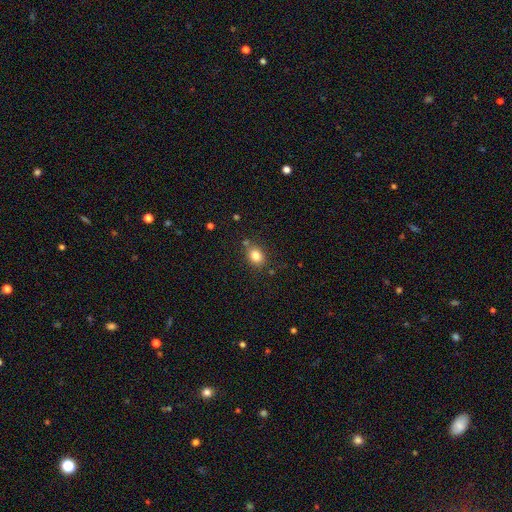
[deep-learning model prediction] smooth_or_featured: smooth (p=0.82) [alt: star or artifact p=0.11]
how_rounded: in between (p=0.56) [alt: round p=0.43]
merging: none (p=0.76) [alt: minor disturbance p=0.13]